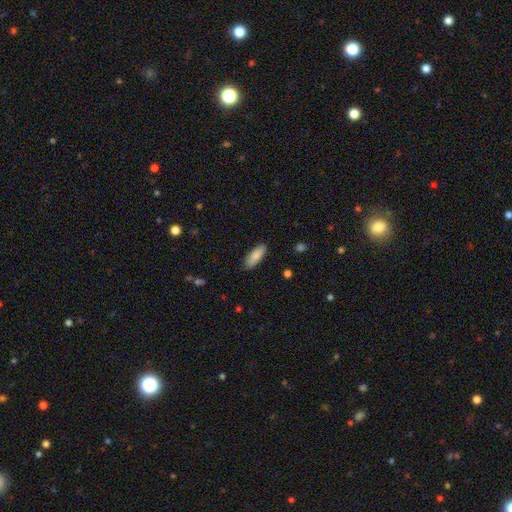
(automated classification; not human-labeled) Smooth or featured? smooth (85%)
How rounded? in between (65%)
Merging? none (84%)